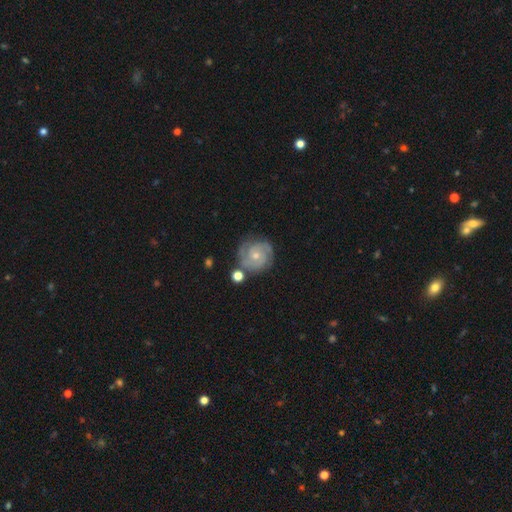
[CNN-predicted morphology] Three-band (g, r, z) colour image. It shows a featured or disk galaxy (83%) with no bar (74%), 2 (41%) tight (67%) spiral arms (96%) and a small central bulge (56%). Merging: none (73%).